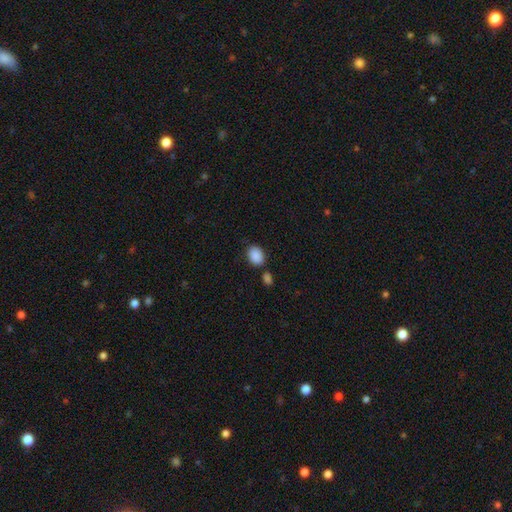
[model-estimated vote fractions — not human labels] Overall: smooth (89%). How rounded: in between (70%). Merging: none (72%).